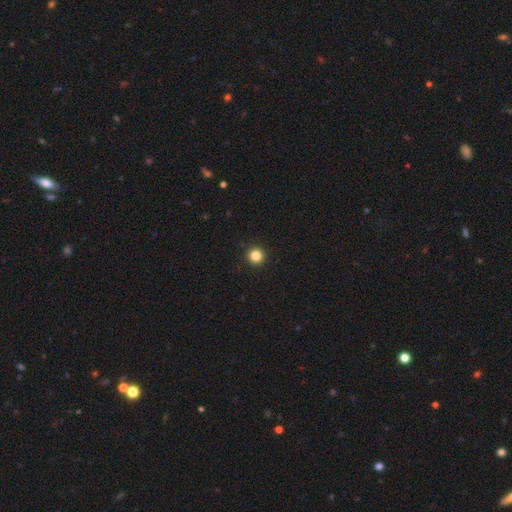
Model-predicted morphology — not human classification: Overall: smooth (84%). How rounded: round (96%). Merging: none (94%).